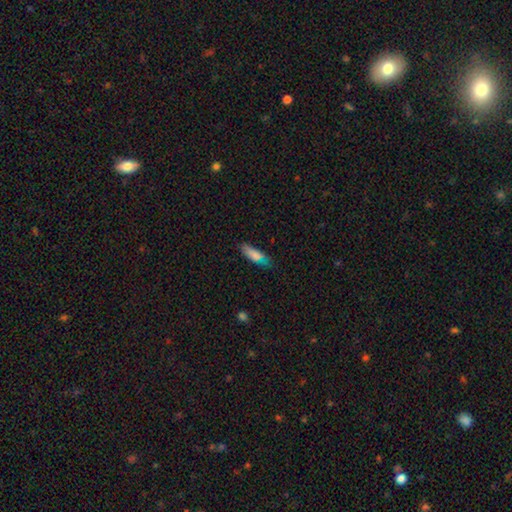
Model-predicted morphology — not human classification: A smooth galaxy with no disk features (80%) that is in between round and cigar-shaped (51%). Merging: none (65%).